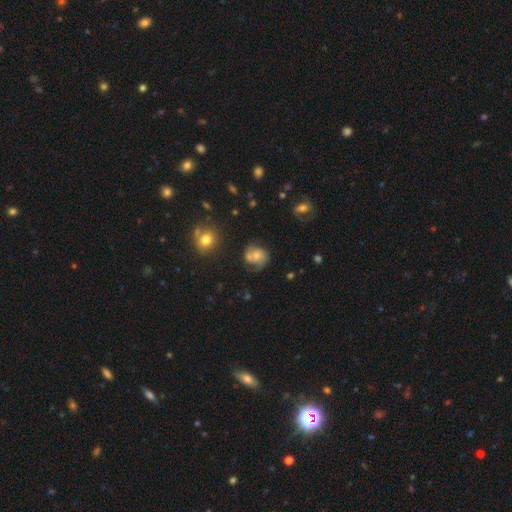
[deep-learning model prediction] A featured or disk galaxy (52%) with no bar (75%), spiral arms (81%) and a small central bulge (46%).

Vote fractions:
- Smooth or featured? featured or disk: 52% / smooth: 36% / star or artifact: 11%
- Edge-on disk? no: 98% / yes: 2%
- Bar? no: 75% / weak: 21% / strong: 4%
- Spiral arms? yes: 81% / no: 19%
- Bulge size? small: 46% / moderate: 41% / none: 7% / large: 4% / dominant: 2%
- Merging? none: 48% / minor disturbance: 22% / major disturbance: 16% / merger: 14%